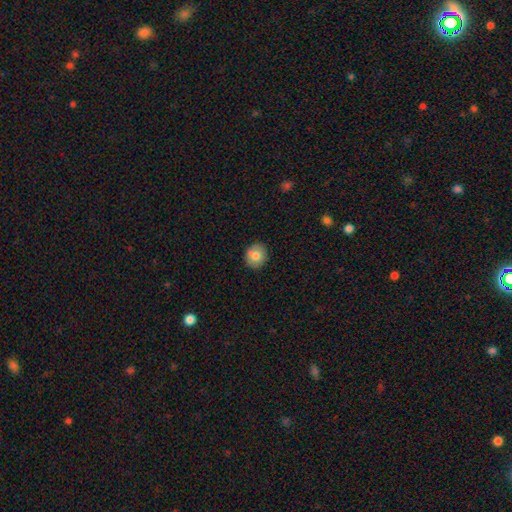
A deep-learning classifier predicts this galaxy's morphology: Q: Smooth or featured?
A: smooth (76%); runner-up: featured or disk (16%)
Q: How rounded?
A: round (82%); runner-up: in between (17%)
Q: Merging?
A: none (86%); runner-up: minor disturbance (11%)